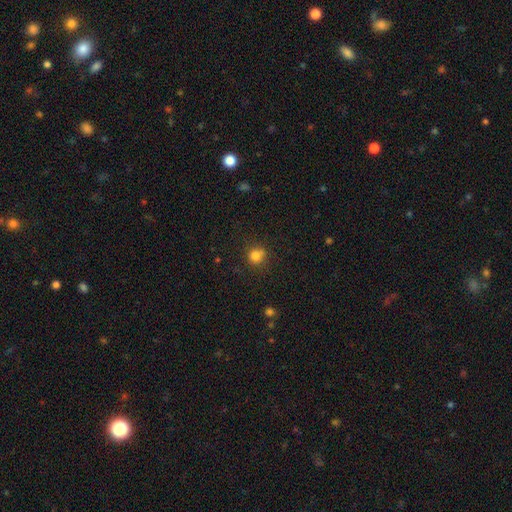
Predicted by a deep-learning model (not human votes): Morphology: type=smooth (79%); roundness=round (87%); merging=none (66%).